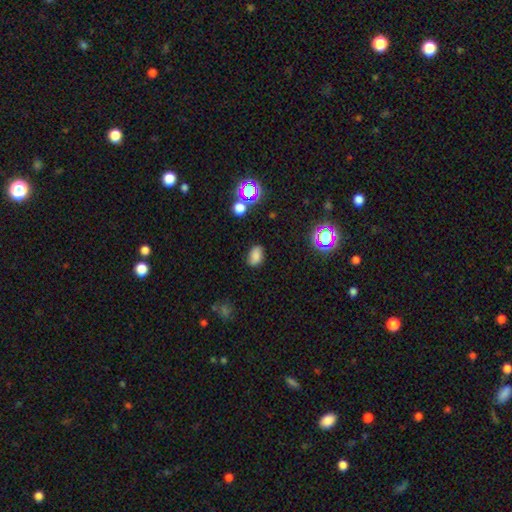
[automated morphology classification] Smooth or featured: smooth — 78% (star or artifact — 15%)
How rounded: in between — 85% (round — 14%)
Merging: none — 81% (minor disturbance — 14%)